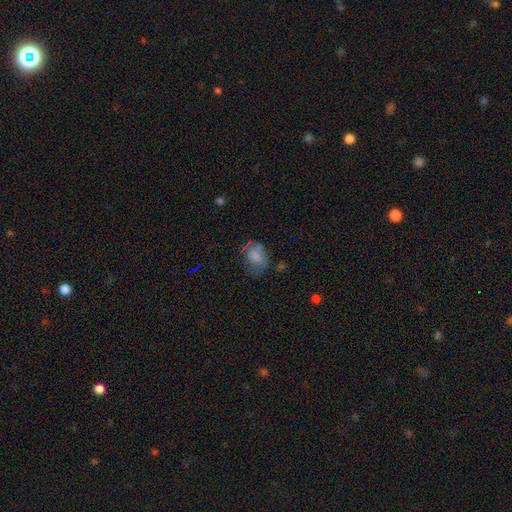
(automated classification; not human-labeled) Overall: smooth (68%). How rounded: in between (69%; round 30%). Merging: none (47%; minor disturbance 29%).